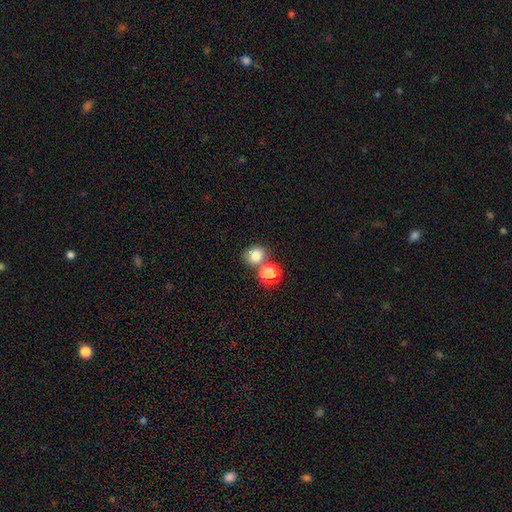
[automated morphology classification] This appears to be a smooth galaxy with no disk features (78%) that is round (74%). Merging: none (62%).